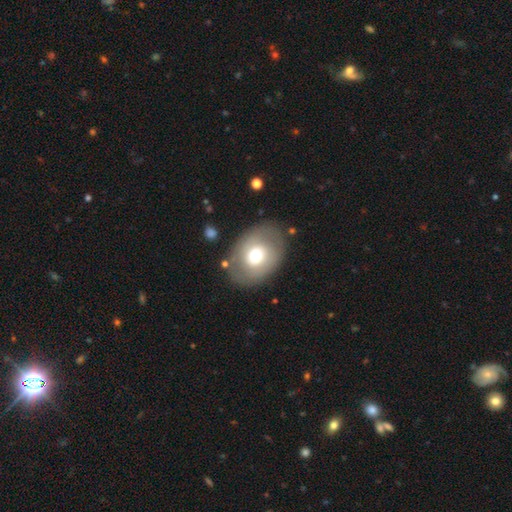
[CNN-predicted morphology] type=smooth (60%); roundness=in between (67%); merging=none (79%).